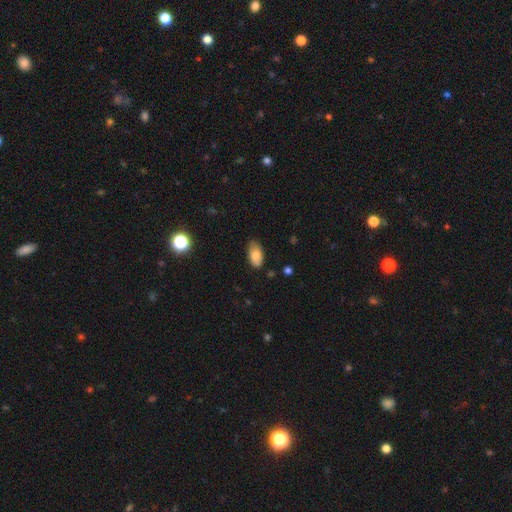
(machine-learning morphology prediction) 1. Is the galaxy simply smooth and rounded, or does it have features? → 81% smooth, 12% featured or disk, 8% star or artifact.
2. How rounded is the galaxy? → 94% in between, 3% round, 3% cigar-shaped.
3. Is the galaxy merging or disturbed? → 76% none, 20% minor disturbance, 3% major disturbance, 1% merger.